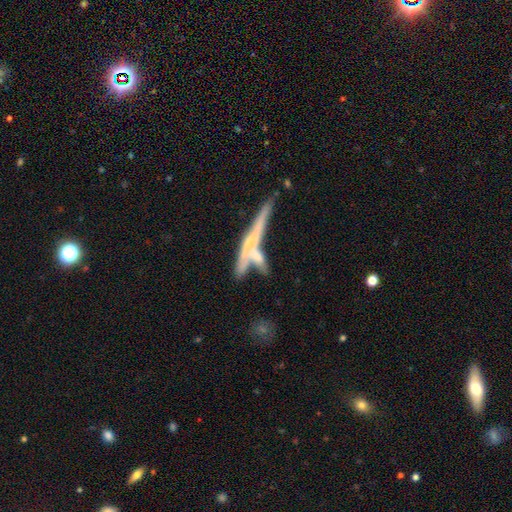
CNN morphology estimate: type=featured or disk (50%); edge-on=yes (69%); merging=merger (44%).